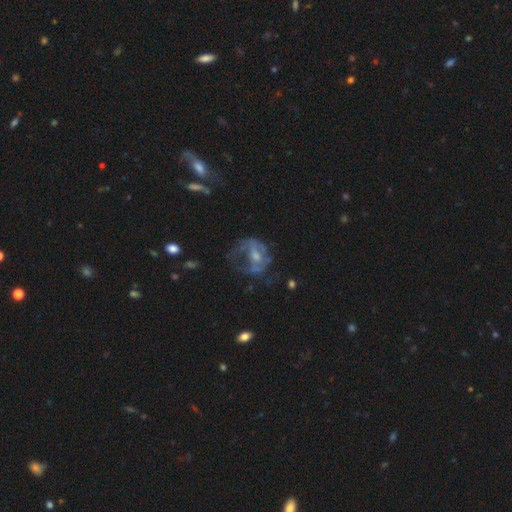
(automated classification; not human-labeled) Q: Smooth or featured?
A: featured or disk (62%); runner-up: smooth (22%)
Q: Edge-on disk?
A: no (96%); runner-up: yes (4%)
Q: Bar?
A: no (60%); runner-up: weak (31%)
Q: Spiral arms?
A: no (58%); runner-up: yes (42%)
Q: Bulge size?
A: small (42%); runner-up: moderate (41%)
Q: Merging?
A: major disturbance (40%); runner-up: none (38%)